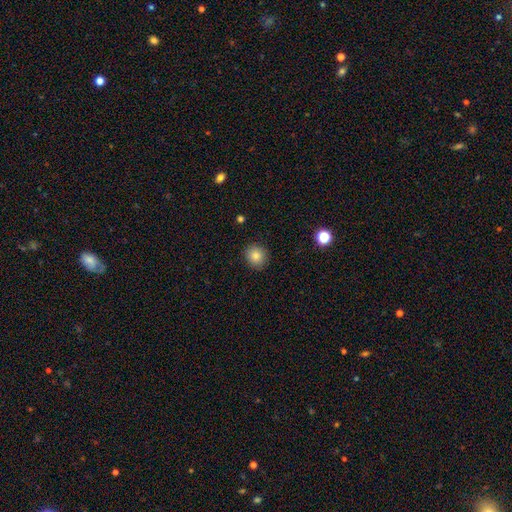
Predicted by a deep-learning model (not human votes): smooth-or-featured: smooth: 83% | star or artifact: 11% | featured or disk: 6%
  how-rounded: round: 87% | in between: 13% | cigar-shaped: 1%
  merging: none: 89% | minor disturbance: 7% | major disturbance: 2% | merger: 1%